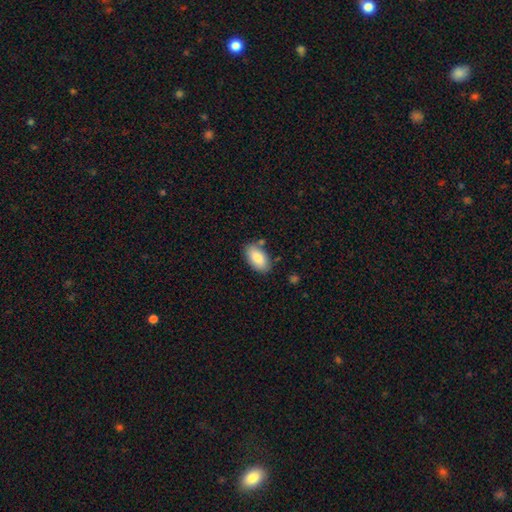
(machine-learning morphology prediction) This appears to be a smooth galaxy with no disk features (85%) that is in between round and cigar-shaped (94%). Merging: none (80%).